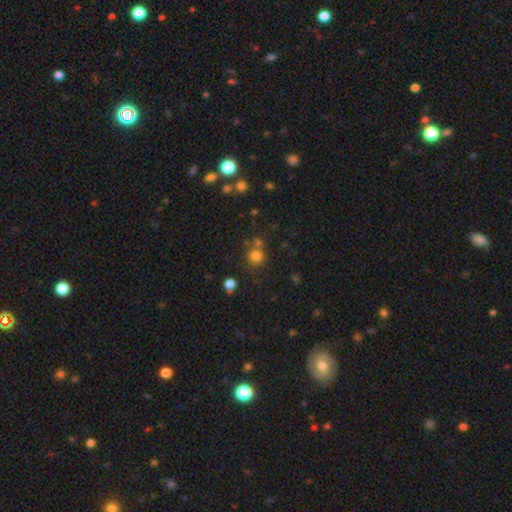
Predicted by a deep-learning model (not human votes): Smooth or featured? smooth (77%)
How rounded? round (88%)
Merging? none (67%)